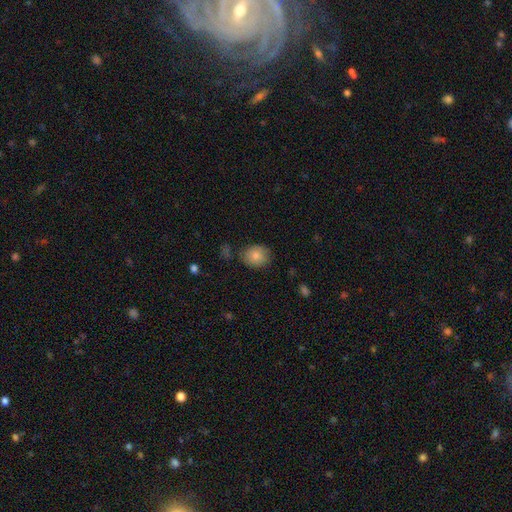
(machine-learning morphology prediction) type=smooth (84%); roundness=round (57%); merging=none (77%).